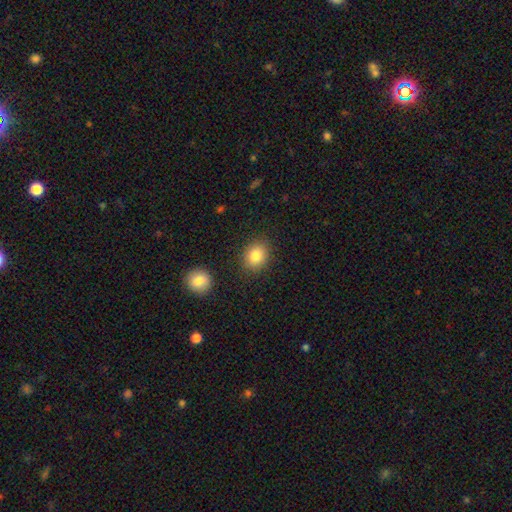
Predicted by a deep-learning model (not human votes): smooth-or-featured: smooth: 83% | star or artifact: 9% | featured or disk: 7%
  how-rounded: round: 61% | in between: 38% | cigar-shaped: 1%
  merging: none: 86% | minor disturbance: 9% | major disturbance: 3% | merger: 3%